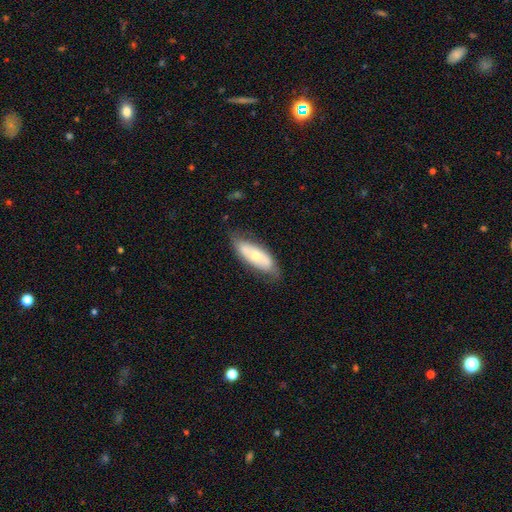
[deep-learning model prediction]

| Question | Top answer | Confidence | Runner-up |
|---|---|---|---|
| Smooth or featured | smooth | 52% | featured or disk (43%) |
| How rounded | in between | 71% | cigar-shaped (27%) |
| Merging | none | 72% | minor disturbance (21%) |